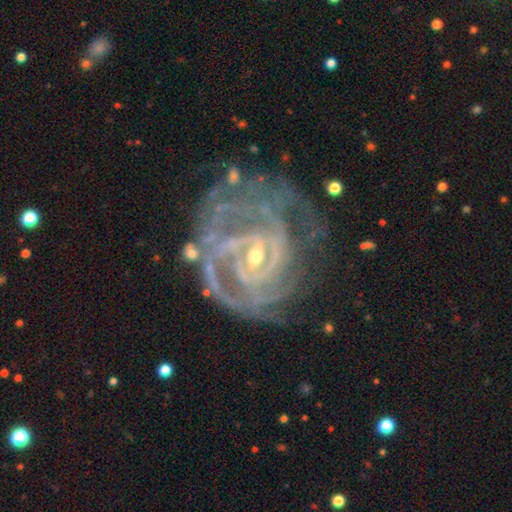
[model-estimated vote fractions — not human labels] Overall: featured or disk (91%). Edge-on disk: no (98%). Bar: weak (45%; strong 32%). Spiral arms: yes (96%). Spiral arm count: can't tell (25%; 2 22%). Spiral winding: tight (68%). Bulge size: small (66%; moderate 30%). Merging: none (55%; minor disturbance 22%).